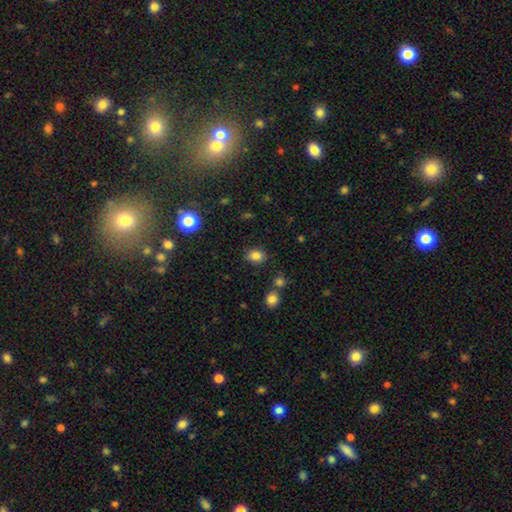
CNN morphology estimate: Smooth or featured? Predicted: smooth (p=0.83). How rounded? Predicted: in between (p=0.54). Merging? Predicted: none (p=0.82).